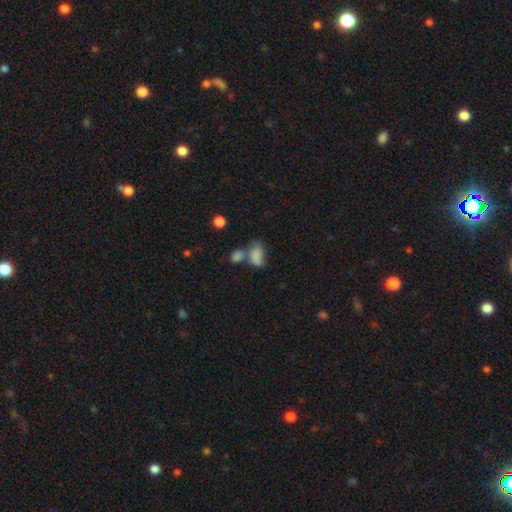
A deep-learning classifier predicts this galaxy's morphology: Smooth or featured: smooth — 76% (featured or disk — 13%)
How rounded: in between — 87% (round — 11%)
Merging: merger — 45% (none — 26%)